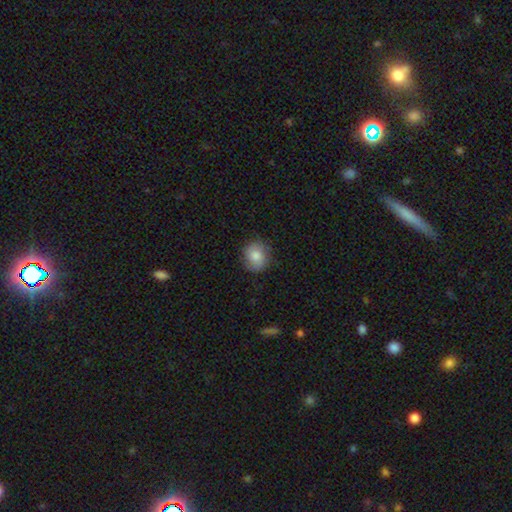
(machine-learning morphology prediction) The model was most divided on "how rounded": round: 79%, in between: 20%, cigar-shaped: 1%. More confident: merging — none (81%); smooth or featured — smooth (77%).